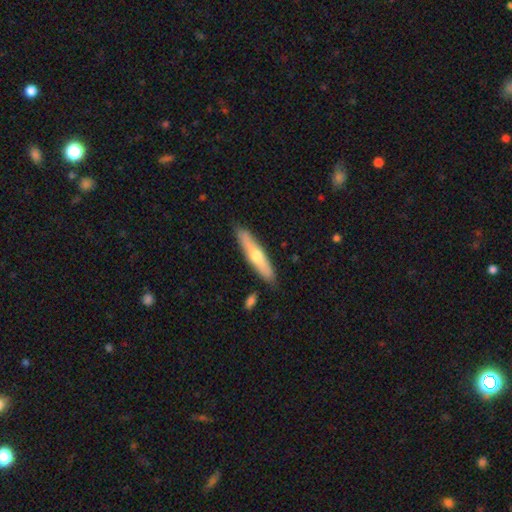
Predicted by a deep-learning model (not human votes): smooth 49%, featured or disk 46%, star or artifact 5%. Down the decision tree: merging — none (86%).